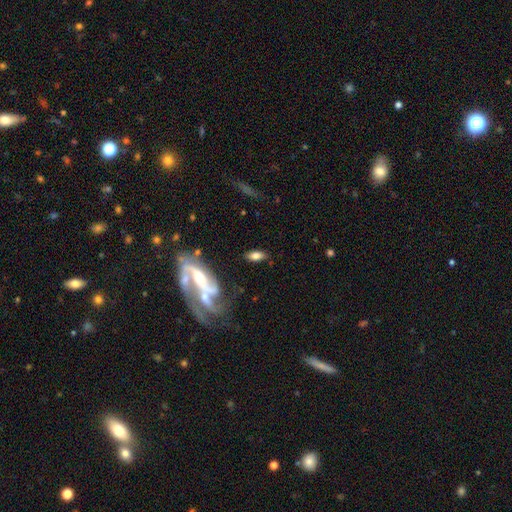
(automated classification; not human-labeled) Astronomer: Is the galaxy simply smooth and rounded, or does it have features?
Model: smooth — 66%.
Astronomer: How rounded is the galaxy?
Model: in between — 80%.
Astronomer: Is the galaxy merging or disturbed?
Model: none — 74%.